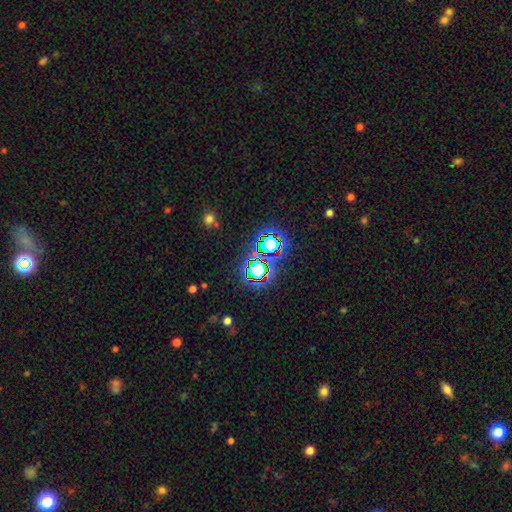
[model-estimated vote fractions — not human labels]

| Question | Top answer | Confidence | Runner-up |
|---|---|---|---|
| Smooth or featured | star or artifact | 75% | smooth (15%) |